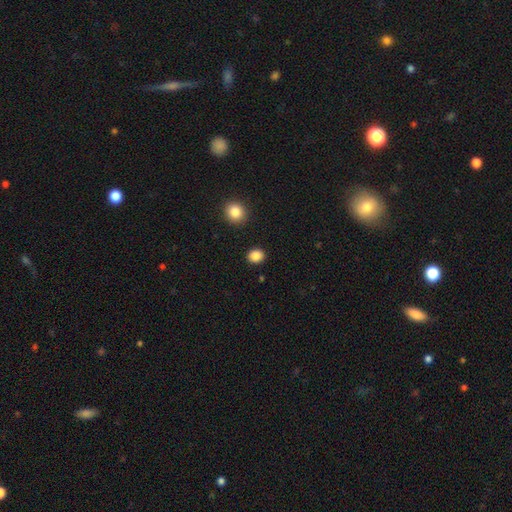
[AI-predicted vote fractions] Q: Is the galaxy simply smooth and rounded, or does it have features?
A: smooth — 86%.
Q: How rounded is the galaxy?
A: round — 67%.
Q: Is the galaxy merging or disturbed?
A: none — 90%.